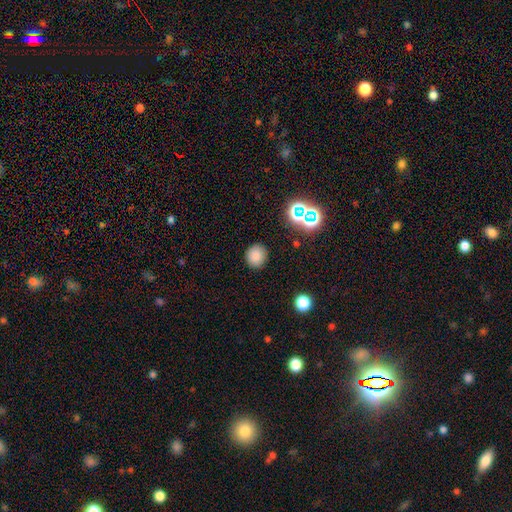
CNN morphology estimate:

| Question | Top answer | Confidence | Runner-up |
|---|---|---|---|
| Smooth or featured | smooth | 81% | star or artifact (14%) |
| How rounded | round | 84% | in between (15%) |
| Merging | none | 88% | minor disturbance (8%) |